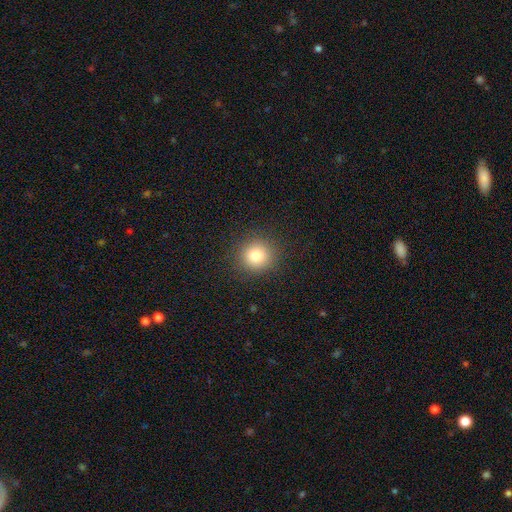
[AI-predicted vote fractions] Smooth or featured? Predicted: smooth (p=0.80). How rounded? Predicted: round (p=0.91). Merging? Predicted: none (p=0.90).